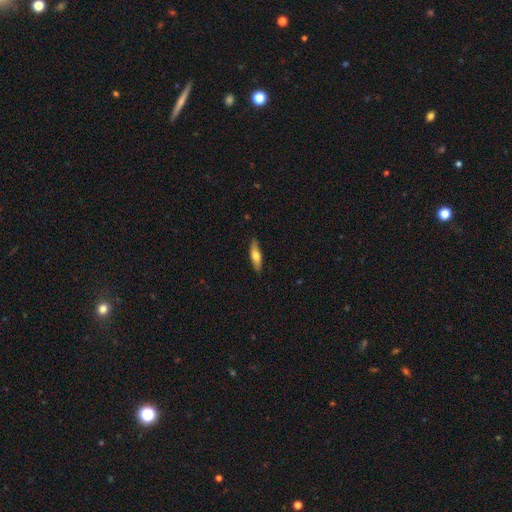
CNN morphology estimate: Smooth or featured: smooth — 64% (featured or disk — 30%)
How rounded: cigar-shaped — 57% (in between — 40%)
Merging: none — 85% (minor disturbance — 12%)